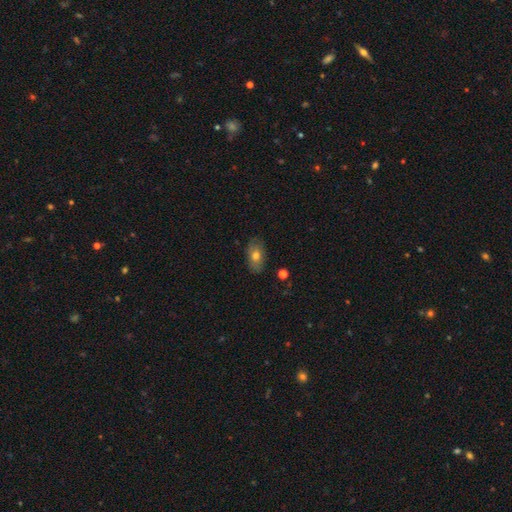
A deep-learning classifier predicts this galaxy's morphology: The model was most divided on "smooth or featured": smooth: 72%, featured or disk: 20%, star or artifact: 8%. More confident: how rounded — in between (89%); merging — none (82%).